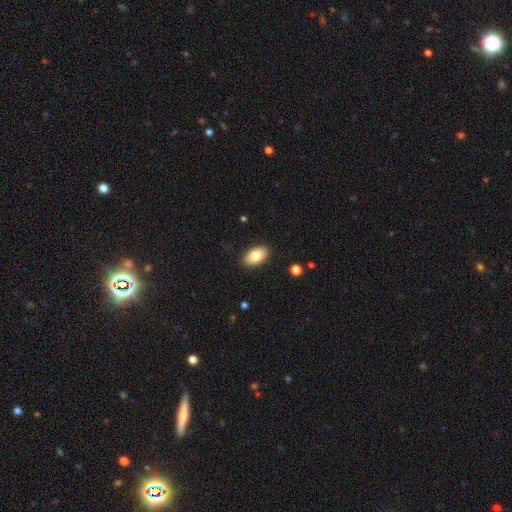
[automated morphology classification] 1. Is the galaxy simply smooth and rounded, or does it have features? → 82% smooth, 11% featured or disk, 7% star or artifact.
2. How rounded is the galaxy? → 94% in between, 5% round, 2% cigar-shaped.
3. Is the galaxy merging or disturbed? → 88% none, 9% minor disturbance, 2% major disturbance, 1% merger.